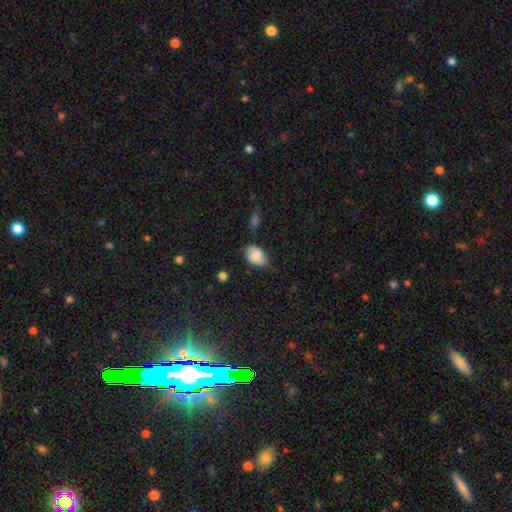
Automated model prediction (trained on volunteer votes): The model was most divided on "merging": none: 48%, minor disturbance: 38%, major disturbance: 9%, merger: 4%. More confident: how rounded — in between (80%); smooth or featured — smooth (77%).